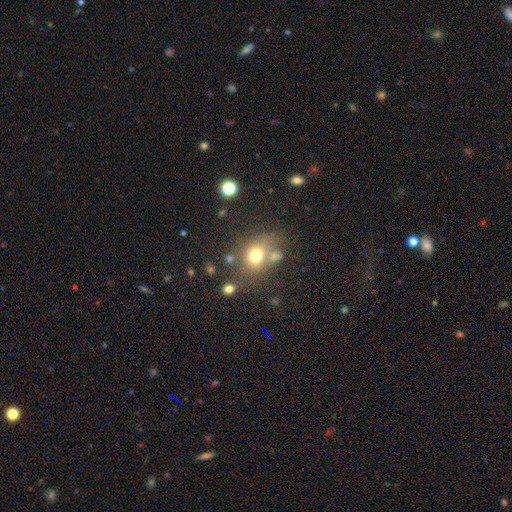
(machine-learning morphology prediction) Smooth or featured? smooth (70%)
How rounded? round (60%)
Merging? none (59%)